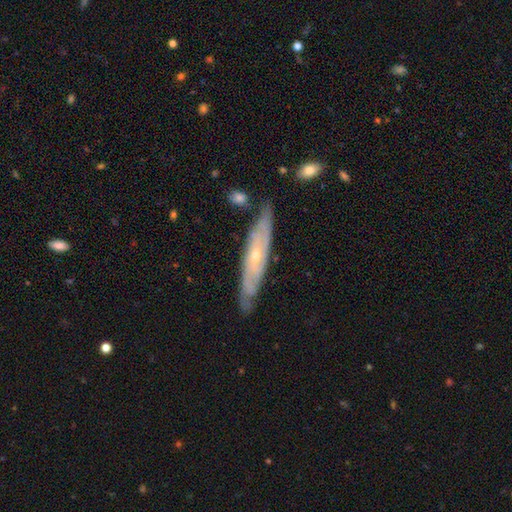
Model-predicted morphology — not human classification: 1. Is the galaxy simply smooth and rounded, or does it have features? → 77% featured or disk, 17% smooth, 6% star or artifact.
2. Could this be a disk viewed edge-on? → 59% no, 41% yes.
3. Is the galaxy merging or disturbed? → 77% none, 17% minor disturbance, 3% major disturbance, 3% merger.